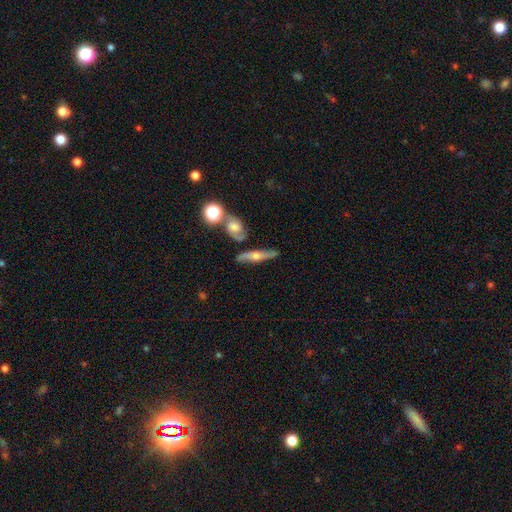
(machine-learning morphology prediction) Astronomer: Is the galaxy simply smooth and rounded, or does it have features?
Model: featured or disk — 63%.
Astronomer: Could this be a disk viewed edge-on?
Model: yes — 67%.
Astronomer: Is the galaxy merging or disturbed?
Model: none — 63%.